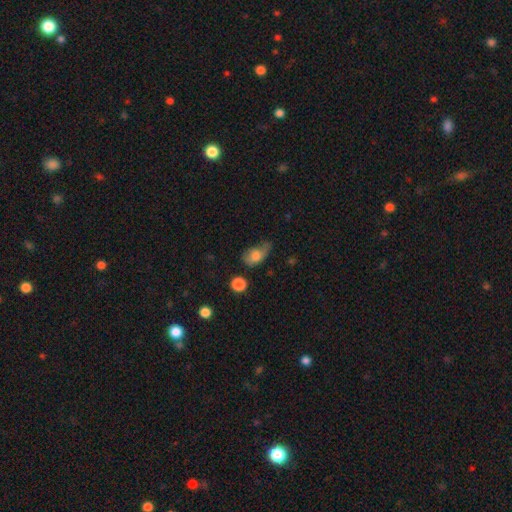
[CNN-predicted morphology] Overall: smooth (72%). How rounded: in between (81%). Merging: minor disturbance (40%; major disturbance 28%).